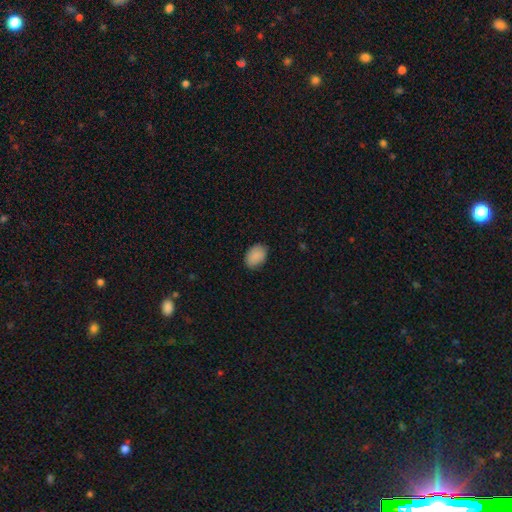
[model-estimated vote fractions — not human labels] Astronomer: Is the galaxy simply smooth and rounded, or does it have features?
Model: smooth — 89%.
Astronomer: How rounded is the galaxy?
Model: in between — 81%.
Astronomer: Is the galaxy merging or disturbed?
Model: none — 83%.